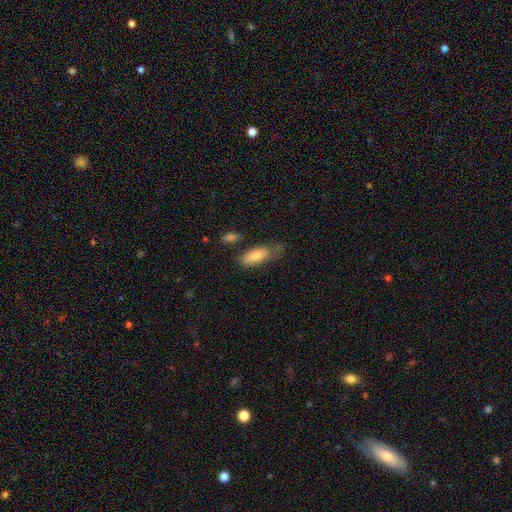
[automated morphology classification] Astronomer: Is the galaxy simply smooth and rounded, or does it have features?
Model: smooth — 75%.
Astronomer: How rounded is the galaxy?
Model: in between — 79%.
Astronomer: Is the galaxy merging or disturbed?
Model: none — 45% (runner-up: minor disturbance, 33%).